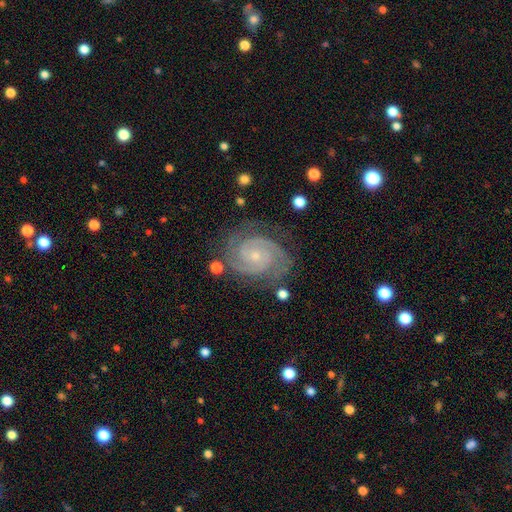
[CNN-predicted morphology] smooth_or_featured: featured or disk (p=0.92) [alt: star or artifact p=0.05]
disk_edge_on: no (p=0.98) [alt: yes p=0.02]
bar: no (p=0.67) [alt: weak p=0.25]
has_spiral_arms: yes (p=0.99) [alt: no p=0.01]
spiral_winding: tight (p=0.74) [alt: medium p=0.23]
spiral_arm_count: 2 (p=0.81) [alt: 3 p=0.10]
bulge_size: small (p=0.77) [alt: moderate p=0.18]
merging: none (p=0.79) [alt: minor disturbance p=0.15]